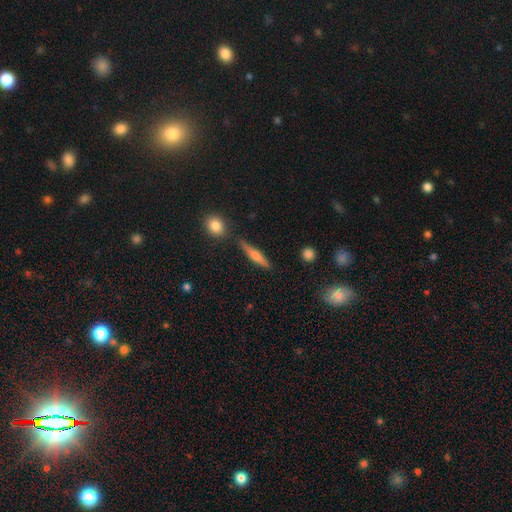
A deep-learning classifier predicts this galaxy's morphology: The model was most divided on "smooth or featured": smooth: 47%, featured or disk: 45%, star or artifact: 8%. More confident: merging — none (83%).